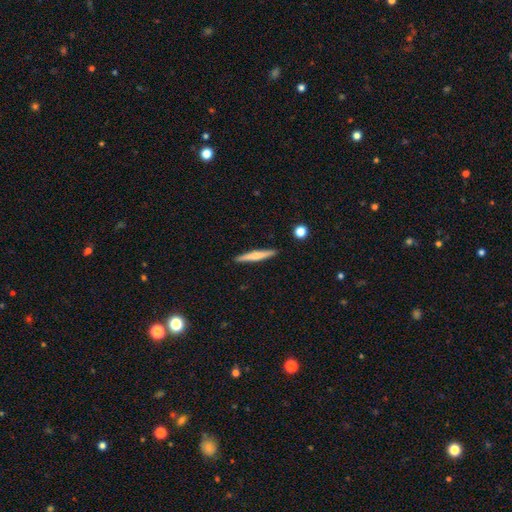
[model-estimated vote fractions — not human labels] smooth-or-featured: smooth: 57% | featured or disk: 37% | star or artifact: 6%
  how-rounded: cigar-shaped: 95% | in between: 4% | round: 1%
  merging: none: 91% | minor disturbance: 6% | major disturbance: 1% | merger: 1%